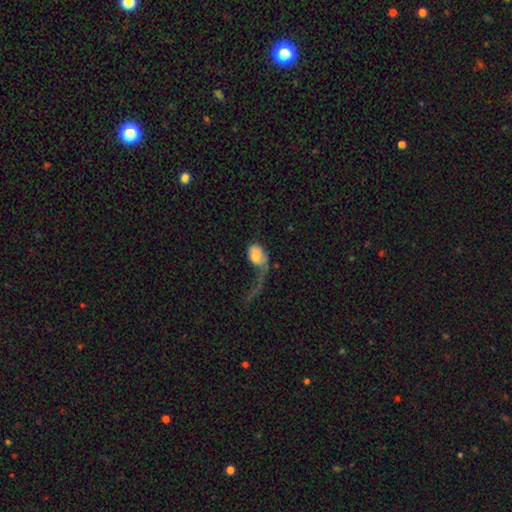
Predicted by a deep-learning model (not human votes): This is likely a smooth galaxy (65%). How rounded: likely in between (79%). Merging: likely major disturbance (68%).